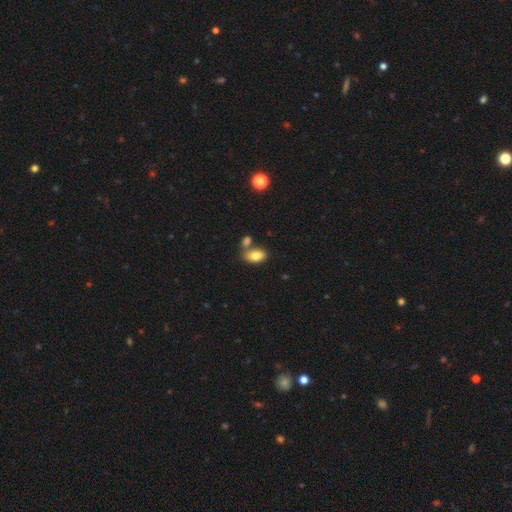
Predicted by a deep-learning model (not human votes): This is clearly a smooth galaxy (82%). How rounded: clearly in between (91%). Merging: possibly none (55%).